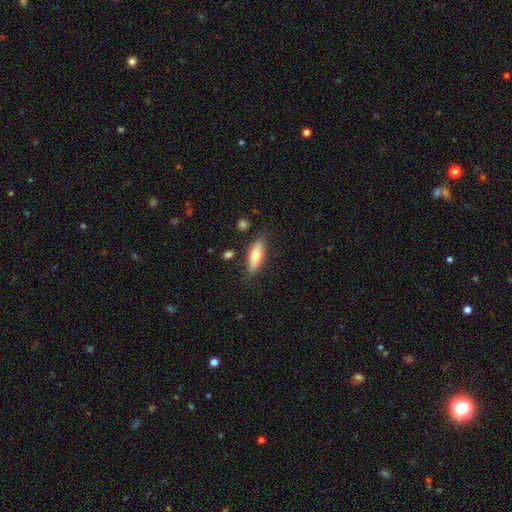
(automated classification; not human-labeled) Smooth or featured? smooth (65%)
How rounded? in between (49%)
Merging? none (80%)